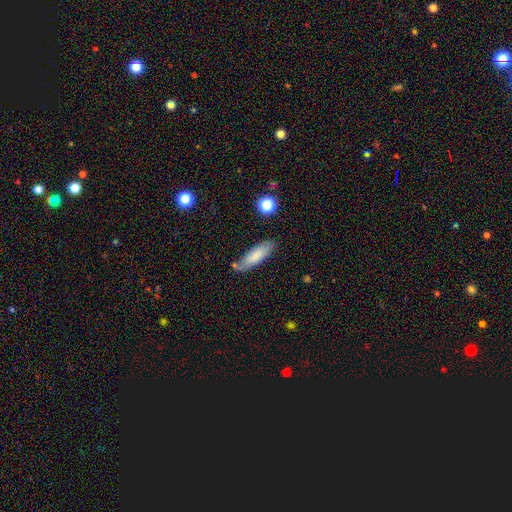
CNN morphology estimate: smooth_or_featured: smooth (p=0.79) [alt: featured or disk p=0.14]
how_rounded: cigar-shaped (p=0.58) [alt: in between p=0.40]
merging: none (p=0.75) [alt: minor disturbance p=0.16]